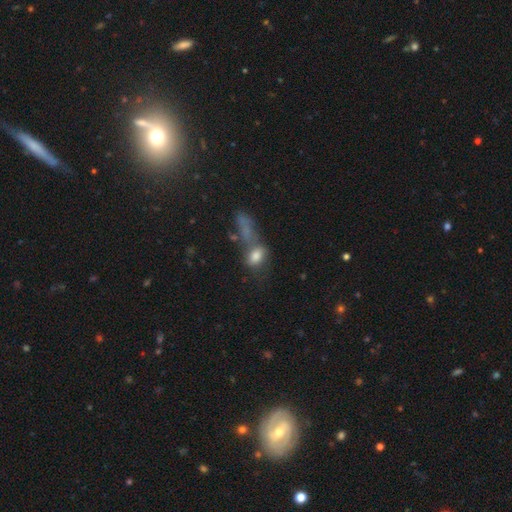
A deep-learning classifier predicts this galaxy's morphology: Q: Smooth or featured?
A: smooth (74%); runner-up: featured or disk (14%)
Q: How rounded?
A: in between (78%); runner-up: round (16%)
Q: Merging?
A: merger (36%); runner-up: none (35%)